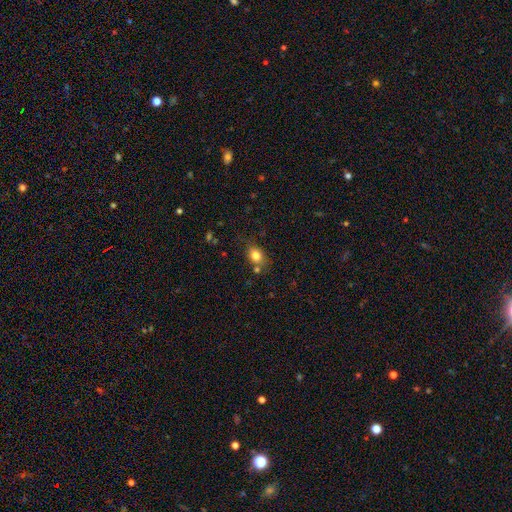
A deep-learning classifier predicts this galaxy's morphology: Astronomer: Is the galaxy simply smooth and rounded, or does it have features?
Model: smooth — 80%.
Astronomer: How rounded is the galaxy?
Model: in between — 58% (runner-up: round, 41%).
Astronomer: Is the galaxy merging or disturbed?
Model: none — 69%.